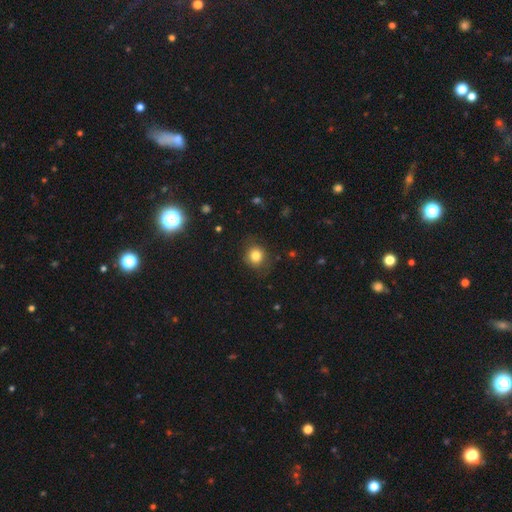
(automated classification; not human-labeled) A smooth galaxy with no disk features (81%) that is round (82%). Merging: none (77%).